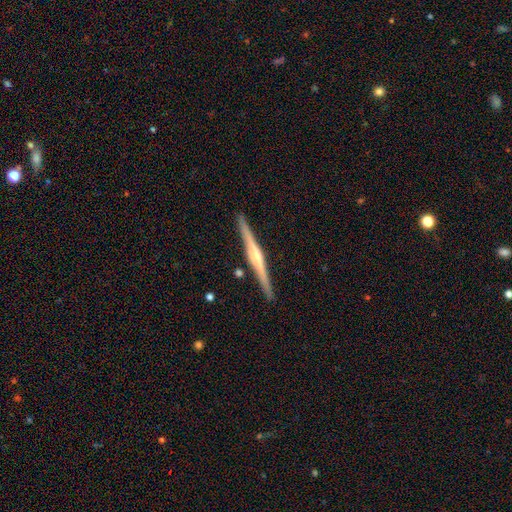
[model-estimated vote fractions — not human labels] Smooth or featured?
  - featured or disk: 80% *
  - smooth: 15%
  - star or artifact: 5%
Edge-on disk?
  - yes: 98% *
  - no: 2%
Edge-on bulge?
  - rounded: 81% *
  - boxy: 10%
  - none: 9%
Merging?
  - none: 91% *
  - minor disturbance: 6%
  - merger: 1%
  - major disturbance: 1%